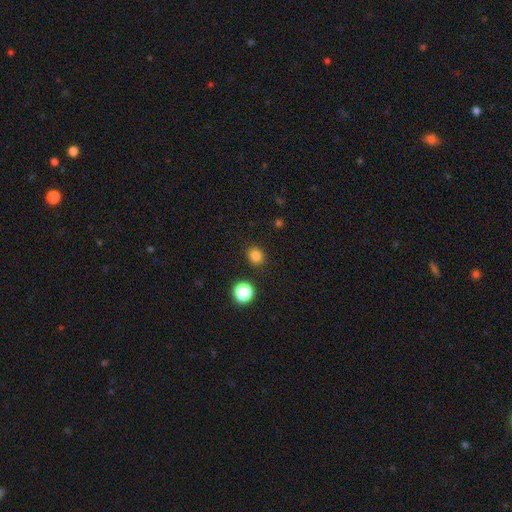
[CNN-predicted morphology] Q: Smooth or featured?
A: smooth (82%); runner-up: star or artifact (14%)
Q: How rounded?
A: round (72%); runner-up: in between (27%)
Q: Merging?
A: none (88%); runner-up: minor disturbance (7%)